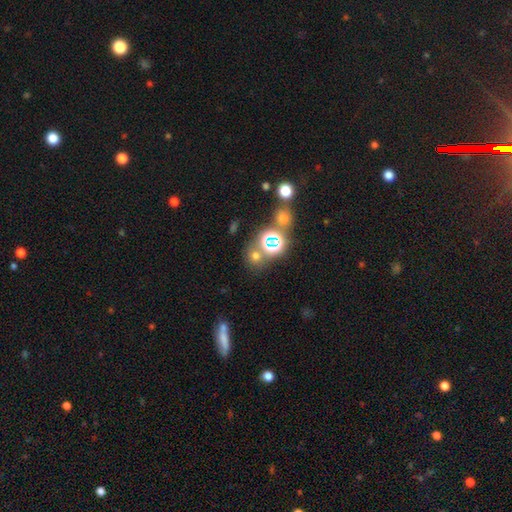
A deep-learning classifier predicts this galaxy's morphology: type=smooth (55%); roundness=round (80%); merging=none (68%).